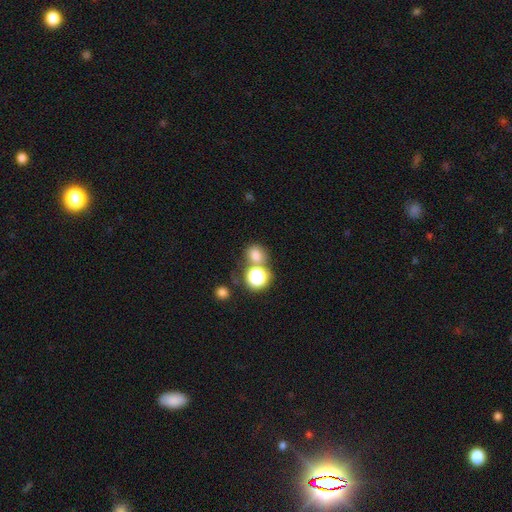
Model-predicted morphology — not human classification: A smooth galaxy with no disk features (73%) that is round (72%).

Vote fractions:
- Smooth or featured? smooth: 73% / star or artifact: 20% / featured or disk: 7%
- How rounded? round: 72% / in between: 27% / cigar-shaped: 1%
- Merging? none: 61% / merger: 25% / minor disturbance: 10% / major disturbance: 4%